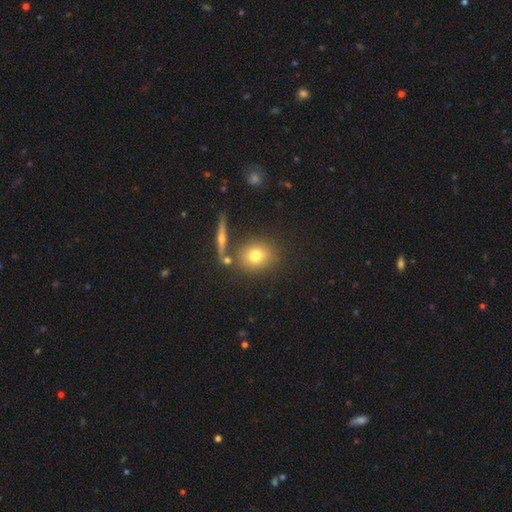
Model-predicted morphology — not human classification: type=smooth (72%); roundness=round (67%); merging=none (74%).